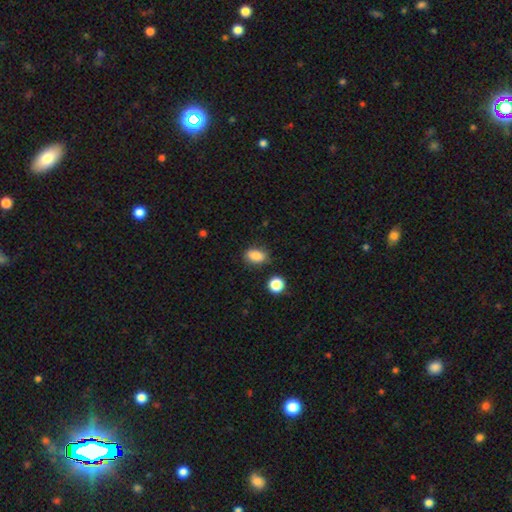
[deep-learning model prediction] Smooth or featured? Predicted: smooth (p=0.85). How rounded? Predicted: in between (p=0.84). Merging? Predicted: none (p=0.80).